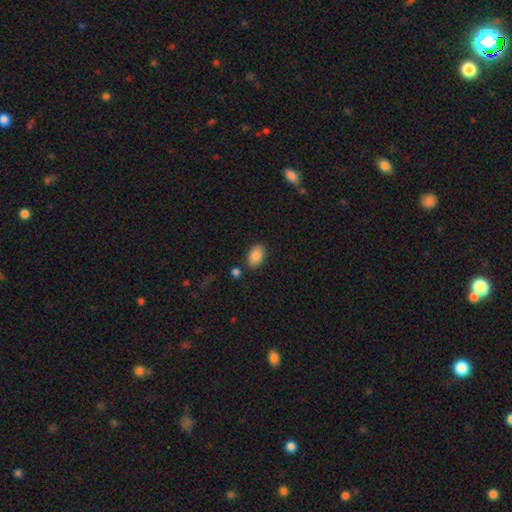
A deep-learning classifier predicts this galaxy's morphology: A smooth galaxy with no disk features (87%) that is in between round and cigar-shaped (92%).

Vote fractions:
- Smooth or featured? smooth: 87% / star or artifact: 7% / featured or disk: 5%
- How rounded? in between: 92% / round: 7% / cigar-shaped: 1%
- Merging? none: 83% / minor disturbance: 11% / merger: 4% / major disturbance: 3%